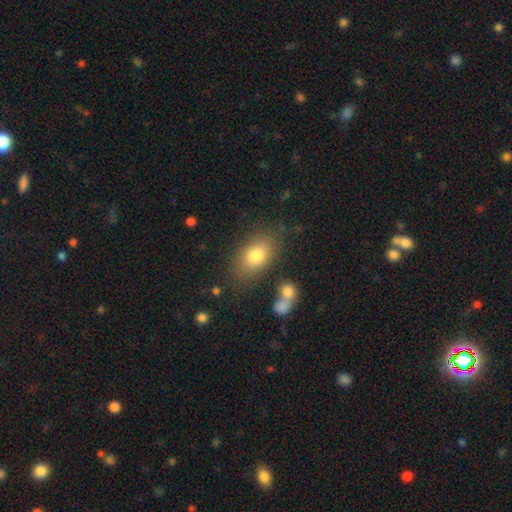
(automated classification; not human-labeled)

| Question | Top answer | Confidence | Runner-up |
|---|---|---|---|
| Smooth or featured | smooth | 78% | featured or disk (13%) |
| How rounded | in between | 87% | round (10%) |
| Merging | none | 76% | minor disturbance (14%) |